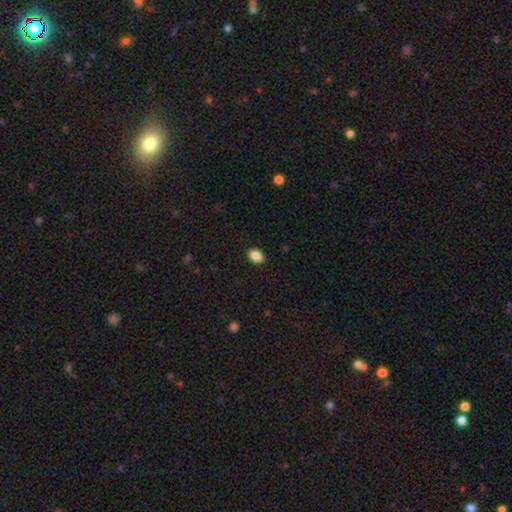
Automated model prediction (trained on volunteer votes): Morphology: type=smooth (88%); roundness=in between (90%); merging=none (90%).